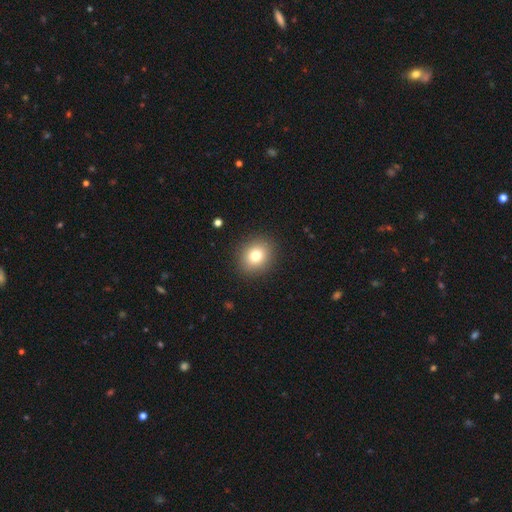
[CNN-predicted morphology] A smooth galaxy with no disk features (78%) that is round (72%). Merging: none (90%).